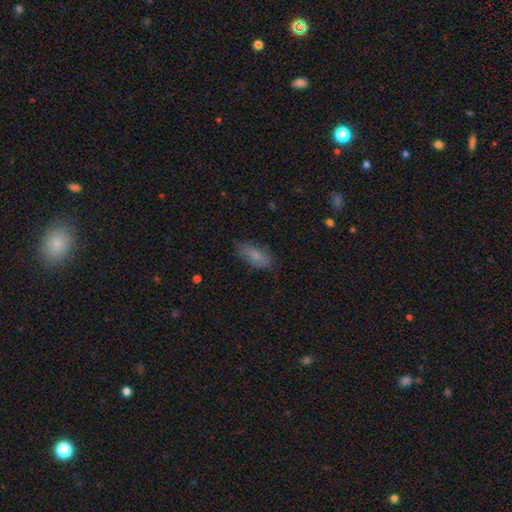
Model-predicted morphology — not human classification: Smooth or featured: smooth — 78% (featured or disk — 14%)
How rounded: in between — 88% (cigar-shaped — 8%)
Merging: none — 71% (minor disturbance — 22%)